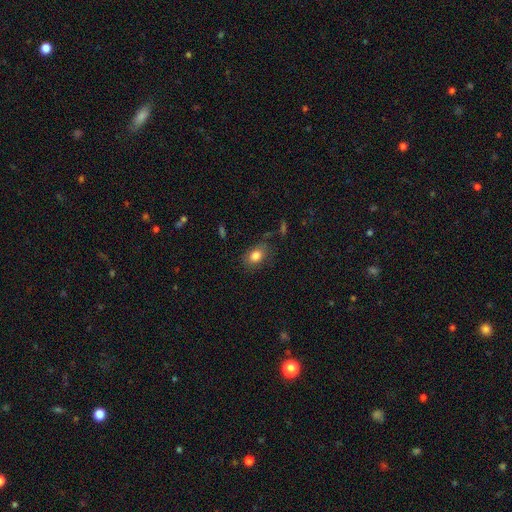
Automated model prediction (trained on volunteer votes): A smooth galaxy with no disk features (82%) that is in between round and cigar-shaped (75%). Merging: none (74%).